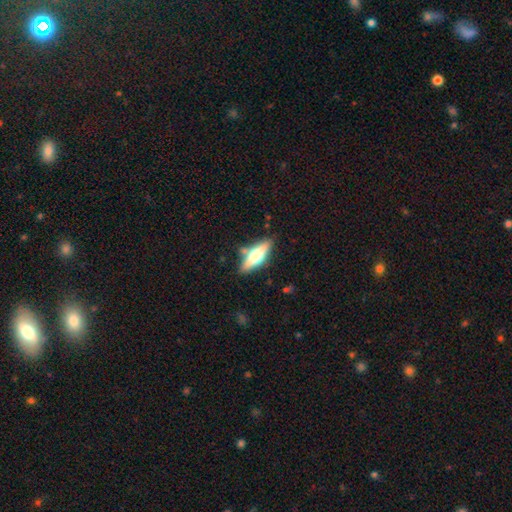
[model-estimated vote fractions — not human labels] Smooth or featured? Predicted: featured or disk (p=0.52). Edge-on disk? Predicted: yes (p=0.90). Merging? Predicted: none (p=0.78).